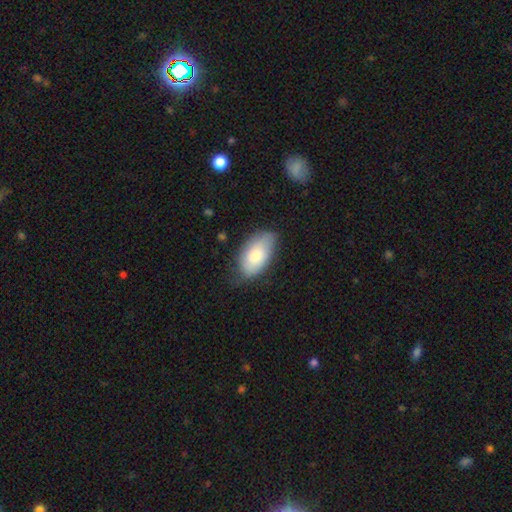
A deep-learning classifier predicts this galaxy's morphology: This appears to be a smooth galaxy with no disk features (80%) that is in between round and cigar-shaped (95%). Merging: none (67%).